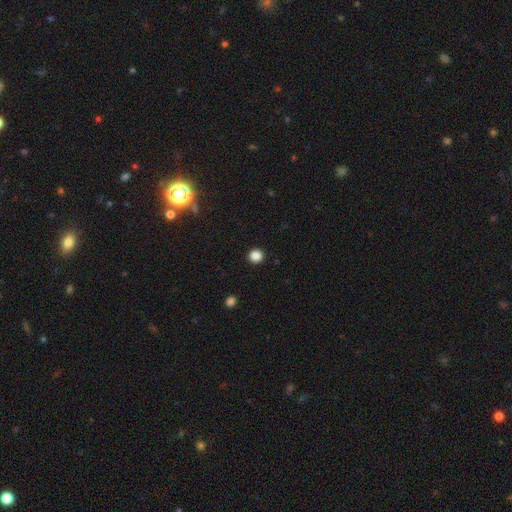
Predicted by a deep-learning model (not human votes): Smooth or featured? Predicted: smooth (p=0.86). How rounded? Predicted: round (p=0.91). Merging? Predicted: none (p=0.93).